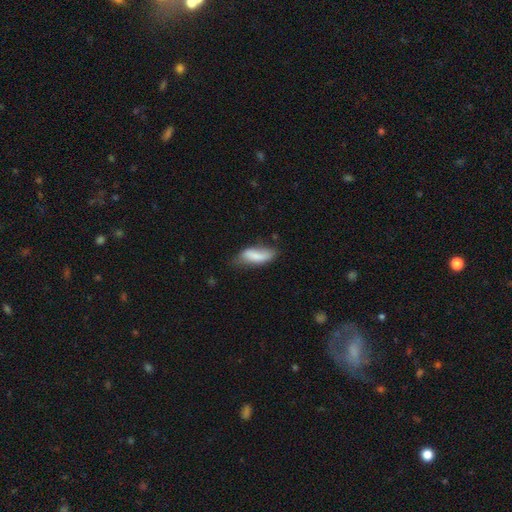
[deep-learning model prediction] The model was most divided on "merging": none: 45%, minor disturbance: 37%, major disturbance: 13%, merger: 4%. More confident: how rounded — in between (71%); smooth or featured — smooth (70%).